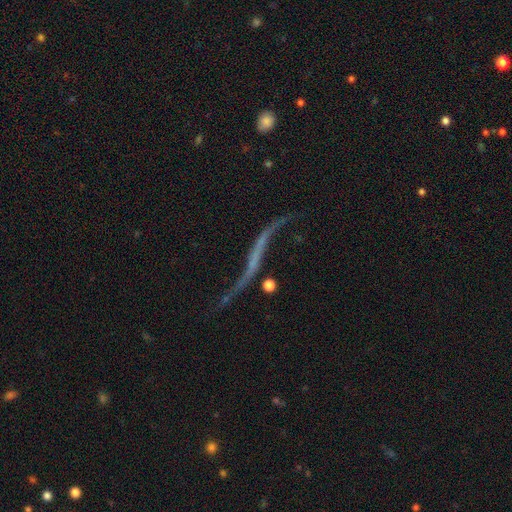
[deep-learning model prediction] featured or disk 77%, star or artifact 12%, smooth 11%. Down the decision tree: edge-on disk — no (61%); merging — none (52%).